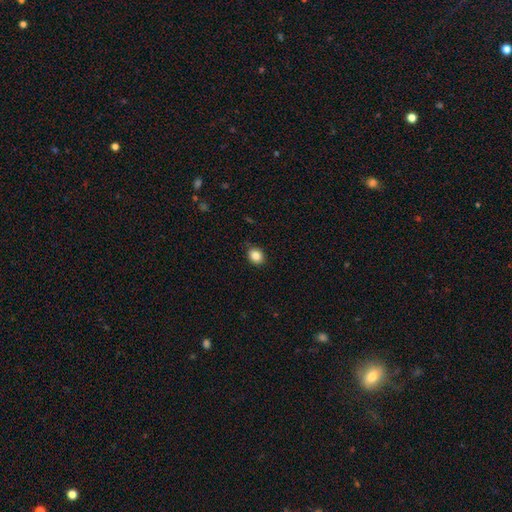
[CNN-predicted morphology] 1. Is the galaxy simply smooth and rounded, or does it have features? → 86% smooth, 10% star or artifact, 4% featured or disk.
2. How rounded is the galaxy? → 56% round, 43% in between, 1% cigar-shaped.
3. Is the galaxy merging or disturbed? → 83% none, 13% minor disturbance, 2% major disturbance, 1% merger.